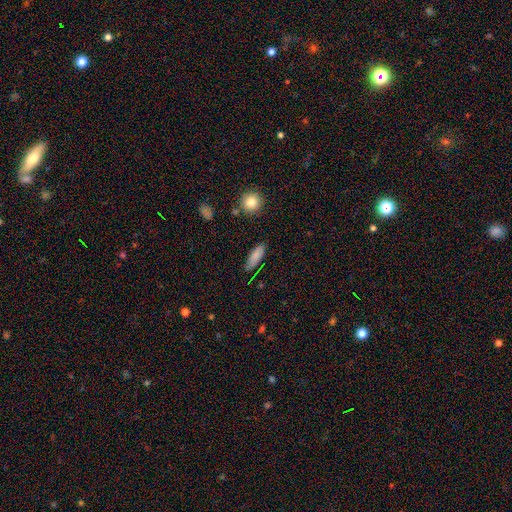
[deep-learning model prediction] A smooth galaxy with no disk features (83%) that is in between round and cigar-shaped (56%).

Vote fractions:
- Smooth or featured? smooth: 83% / featured or disk: 10% / star or artifact: 8%
- How rounded? in between: 56% / cigar-shaped: 41% / round: 3%
- Merging? none: 81% / minor disturbance: 14% / major disturbance: 3% / merger: 2%